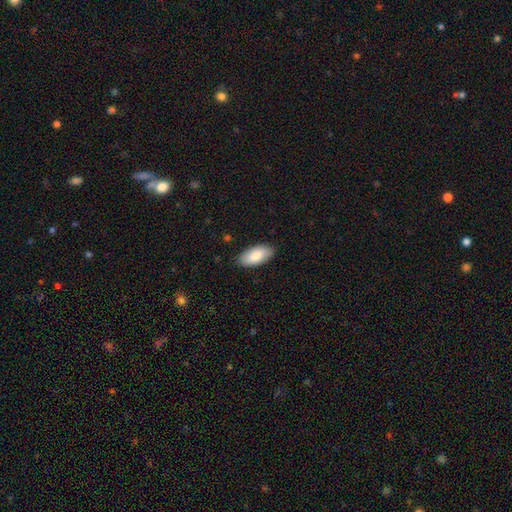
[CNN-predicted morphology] The model was most divided on "smooth or featured": smooth: 84%, featured or disk: 10%, star or artifact: 6%. More confident: how rounded — in between (93%); merging — none (86%).